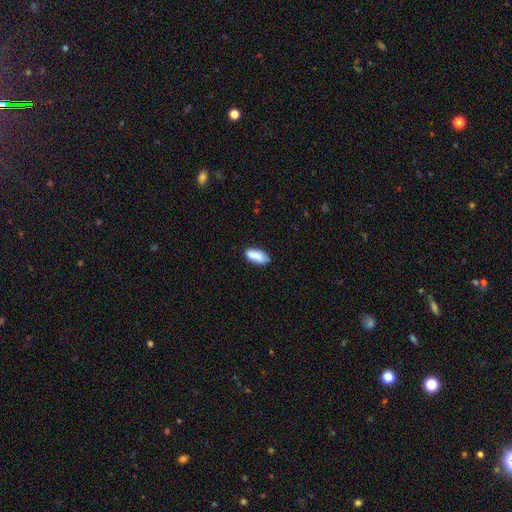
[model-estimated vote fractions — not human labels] Overall: smooth (84%). How rounded: in between (83%). Merging: none (73%).